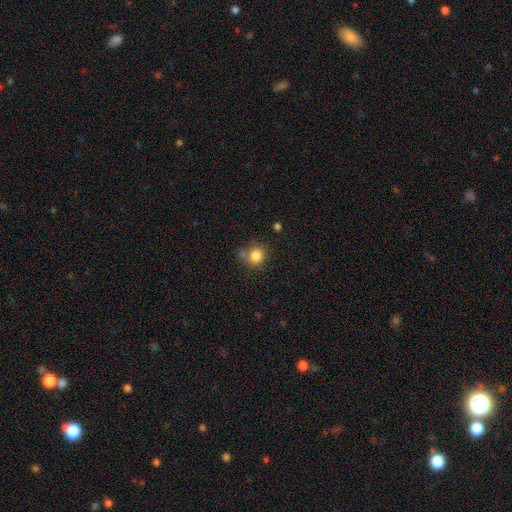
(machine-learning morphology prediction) smooth_or_featured: smooth (p=0.83) [alt: star or artifact p=0.11]
how_rounded: round (p=0.87) [alt: in between p=0.12]
merging: none (p=0.65) [alt: minor disturbance p=0.18]